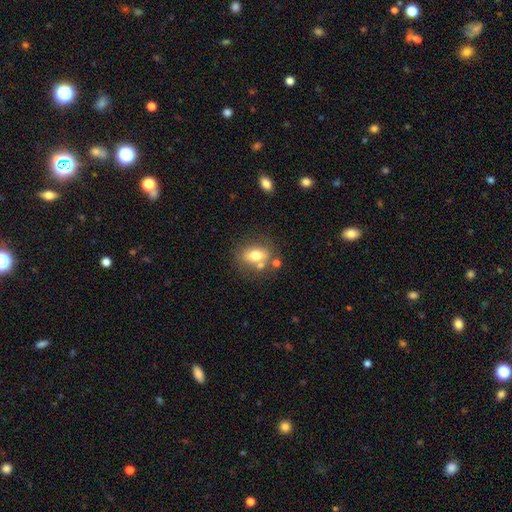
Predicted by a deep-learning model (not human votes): The model was most divided on "how rounded": in between: 69%, round: 28%, cigar-shaped: 3%. More confident: smooth or featured — smooth (68%); merging — none (60%).